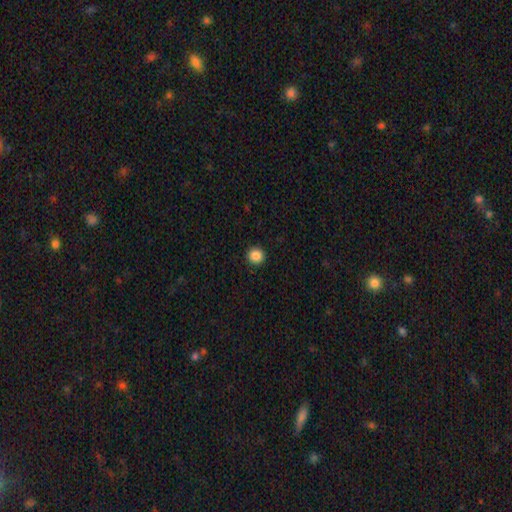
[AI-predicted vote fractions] Overall: smooth (87%). How rounded: round (88%). Merging: none (93%).